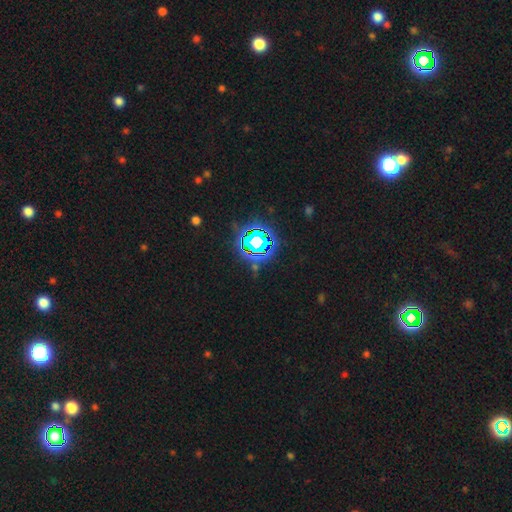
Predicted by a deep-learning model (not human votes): star or artifact 81%, smooth 12%, featured or disk 7%.